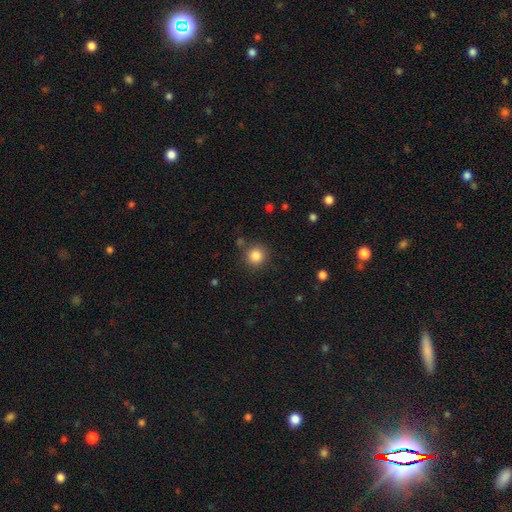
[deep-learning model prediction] smooth 84%, star or artifact 11%, featured or disk 5%. Down the decision tree: how rounded — round (92%); merging — none (85%).